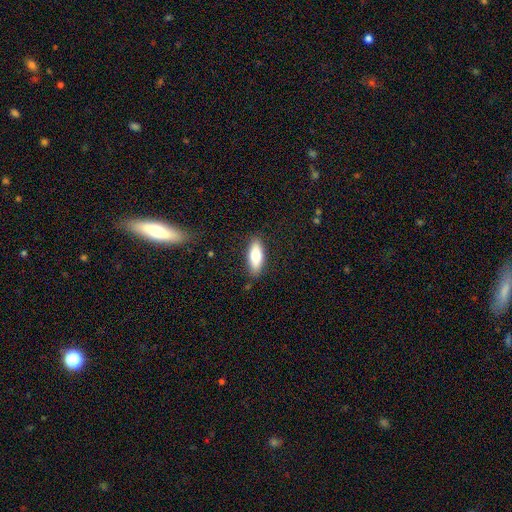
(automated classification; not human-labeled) This is likely a smooth galaxy (75%). How rounded: likely in between (73%). Merging: clearly none (85%).